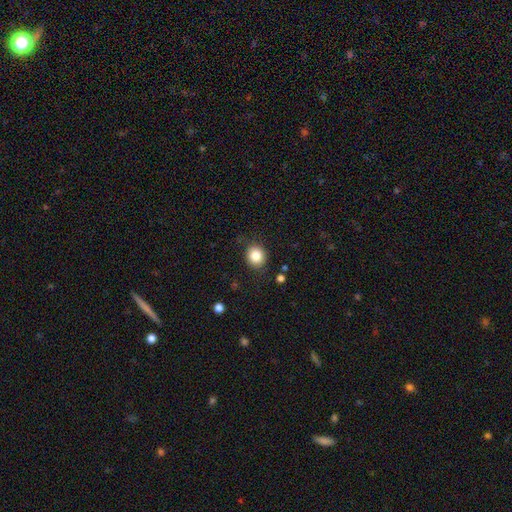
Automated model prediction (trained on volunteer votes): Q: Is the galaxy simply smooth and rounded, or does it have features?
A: smooth — 84%.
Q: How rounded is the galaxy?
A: round — 75%.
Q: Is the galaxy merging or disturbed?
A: none — 85%.